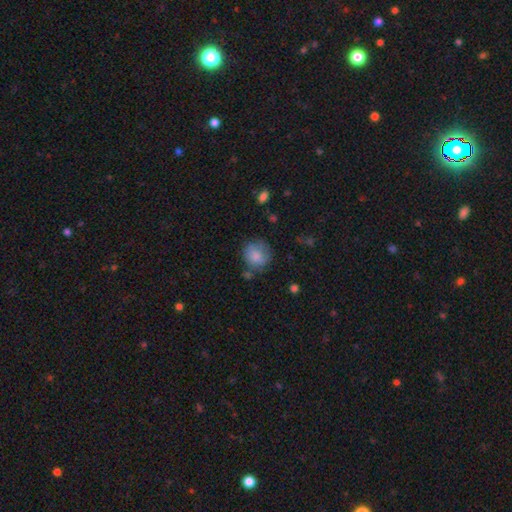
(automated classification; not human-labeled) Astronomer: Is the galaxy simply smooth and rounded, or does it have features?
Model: smooth — 79%.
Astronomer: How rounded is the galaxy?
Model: round — 82%.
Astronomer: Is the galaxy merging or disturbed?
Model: none — 61%.